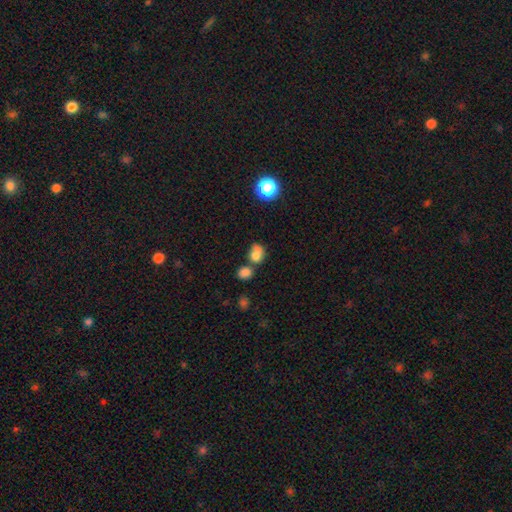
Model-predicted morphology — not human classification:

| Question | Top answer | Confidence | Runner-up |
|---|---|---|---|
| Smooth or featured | smooth | 77% | star or artifact (12%) |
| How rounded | round | 52% | in between (47%) |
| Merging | none | 37% | merger (33%) |